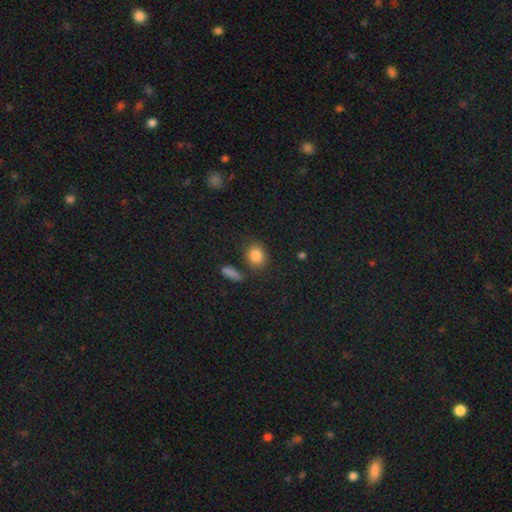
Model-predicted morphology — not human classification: The model was most divided on "how rounded": round: 50%, in between: 48%, cigar-shaped: 2%. More confident: smooth or featured — smooth (84%); merging — none (76%).